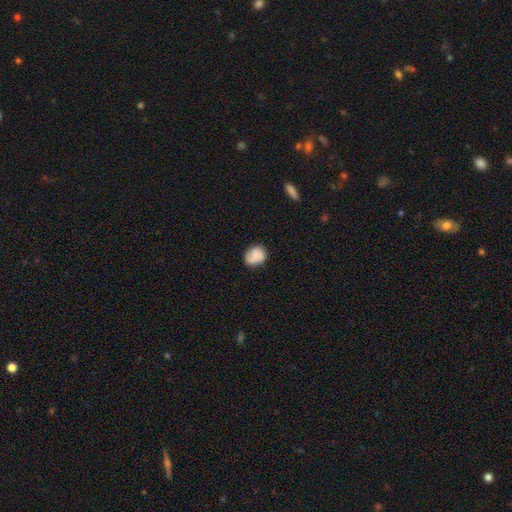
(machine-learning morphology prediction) The model was most divided on "how rounded": round: 62%, in between: 37%, cigar-shaped: 1%. More confident: merging — none (73%); smooth or featured — smooth (68%).